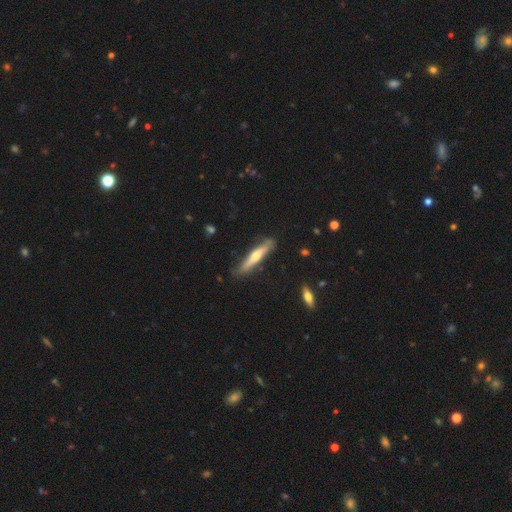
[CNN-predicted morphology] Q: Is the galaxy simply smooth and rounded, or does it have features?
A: featured or disk — 53%.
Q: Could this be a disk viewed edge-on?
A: yes — 90%.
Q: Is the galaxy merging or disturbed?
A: none — 76%.